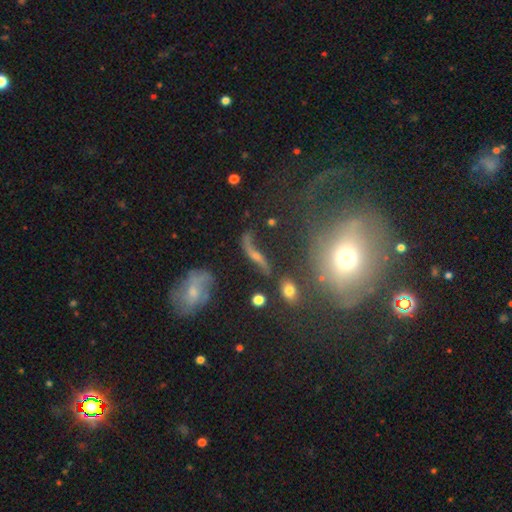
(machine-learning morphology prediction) The model was most divided on "edge-on disk": no: 66%, yes: 34%. More confident: smooth or featured — featured or disk (60%); merging — none (54%).